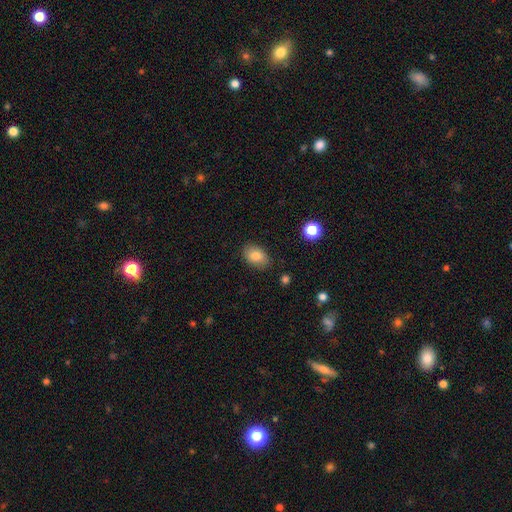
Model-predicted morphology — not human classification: Smooth or featured?
  - smooth: 83% *
  - featured or disk: 9%
  - star or artifact: 8%
How rounded?
  - in between: 82% *
  - round: 17%
  - cigar-shaped: 1%
Merging?
  - none: 84% *
  - minor disturbance: 12%
  - major disturbance: 3%
  - merger: 1%